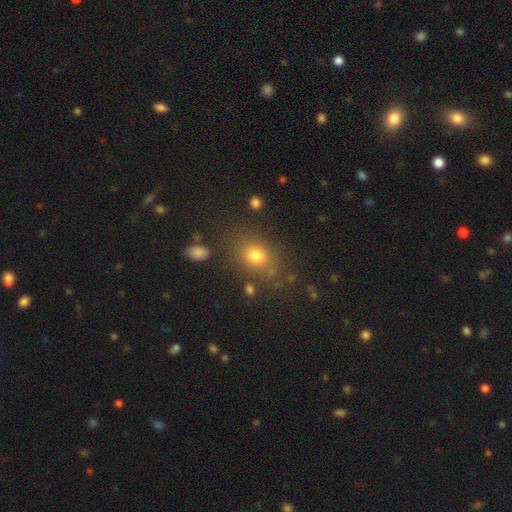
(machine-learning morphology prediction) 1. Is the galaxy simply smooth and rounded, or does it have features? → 76% smooth, 15% star or artifact, 10% featured or disk.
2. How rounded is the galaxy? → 51% in between, 48% round, 1% cigar-shaped.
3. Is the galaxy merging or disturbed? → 76% none, 13% minor disturbance, 6% major disturbance, 5% merger.